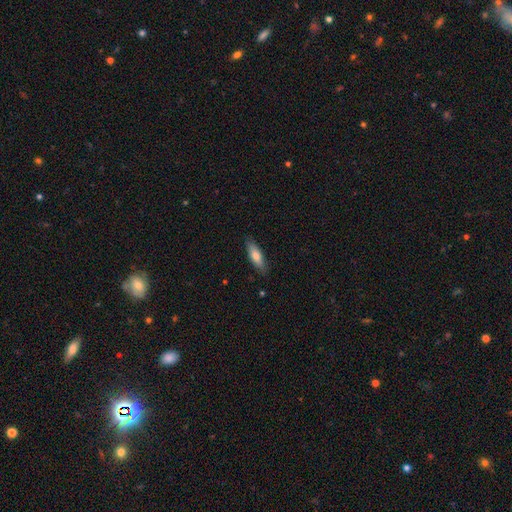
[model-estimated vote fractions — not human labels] Morphology: type=smooth (72%); roundness=cigar-shaped (53%); merging=none (85%).